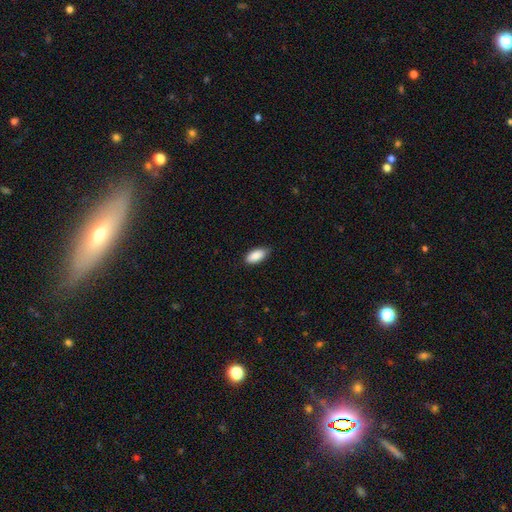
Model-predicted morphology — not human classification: Smooth or featured? Predicted: smooth (p=0.89). How rounded? Predicted: in between (p=0.90). Merging? Predicted: none (p=0.80).